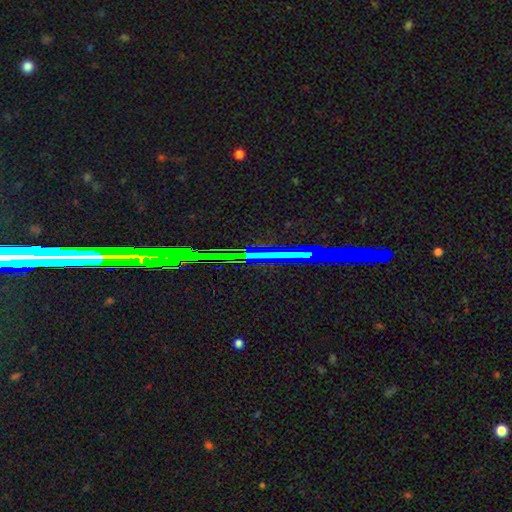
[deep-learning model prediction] Smooth or featured: star or artifact — 74% (featured or disk — 15%)